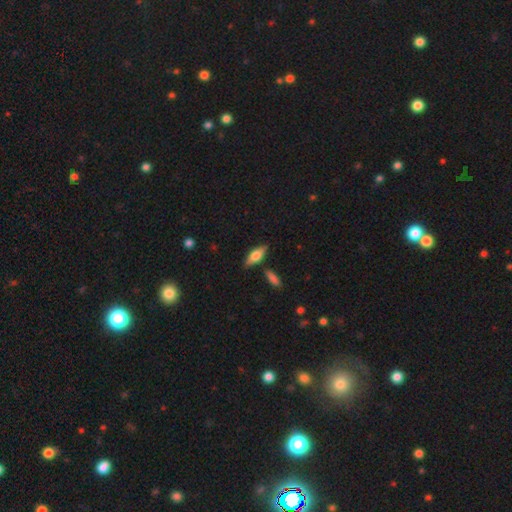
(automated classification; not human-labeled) A smooth galaxy with no disk features (54%) that is in between round and cigar-shaped (67%).

Vote fractions:
- Smooth or featured? smooth: 54% / featured or disk: 39% / star or artifact: 7%
- How rounded? in between: 67% / cigar-shaped: 30% / round: 3%
- Merging? none: 80% / minor disturbance: 13% / merger: 5% / major disturbance: 3%